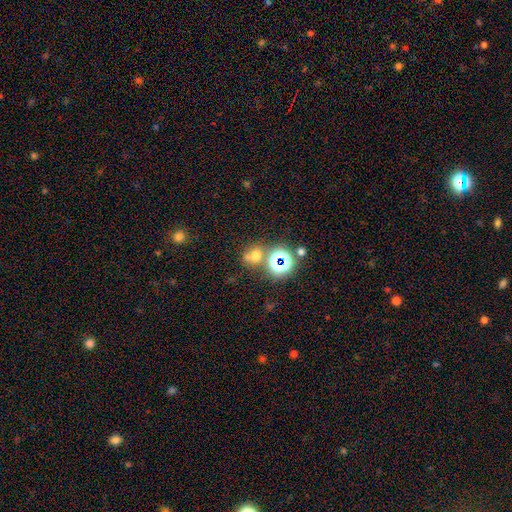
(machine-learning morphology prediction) This is possibly a smooth galaxy (55%). How rounded: likely round (68%). Merging: possibly none (54%).